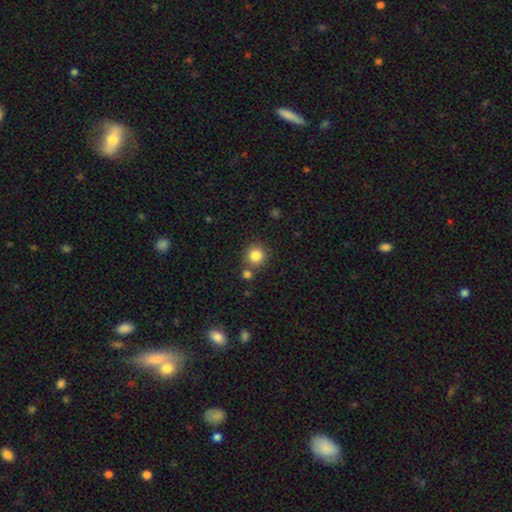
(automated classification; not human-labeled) This appears to be a smooth galaxy with no disk features (84%) that is round (92%). Merging: none (75%).